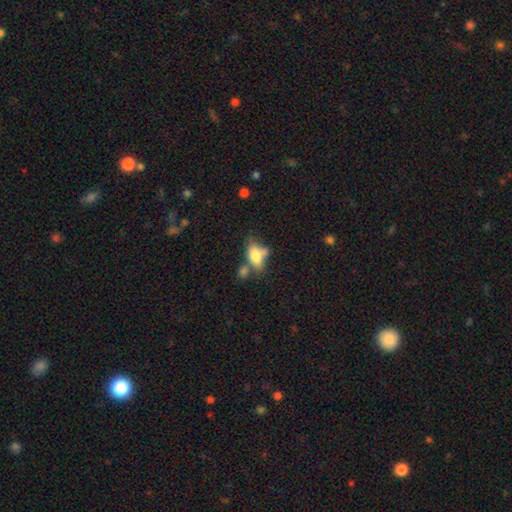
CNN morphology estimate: smooth 70%, featured or disk 21%, star or artifact 10%. Down the decision tree: how rounded — in between (83%); merging — none (38%).